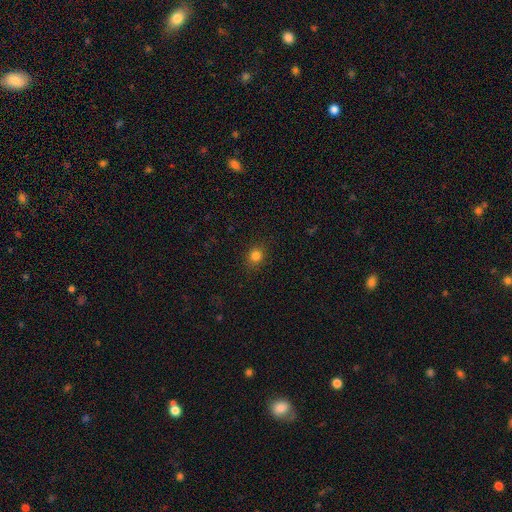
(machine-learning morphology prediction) A smooth galaxy with no disk features (81%) that is round (76%).

Vote fractions:
- Smooth or featured? smooth: 81% / star or artifact: 14% / featured or disk: 5%
- How rounded? round: 76% / in between: 23% / cigar-shaped: 1%
- Merging? none: 88% / minor disturbance: 8% / major disturbance: 2% / merger: 1%